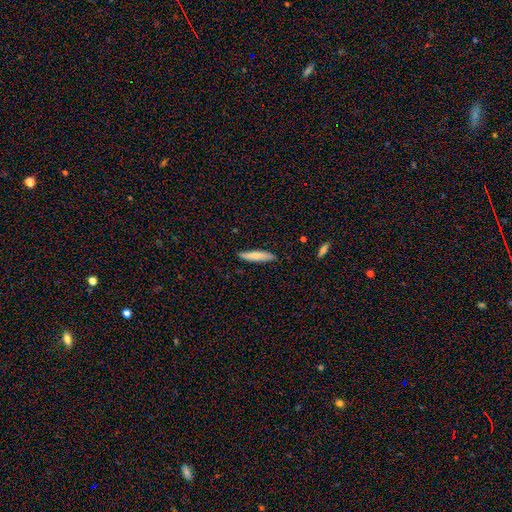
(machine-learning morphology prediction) smooth_or_featured: smooth (p=0.76) [alt: featured or disk p=0.19]
how_rounded: cigar-shaped (p=0.84) [alt: in between p=0.14]
merging: none (p=0.86) [alt: minor disturbance p=0.11]